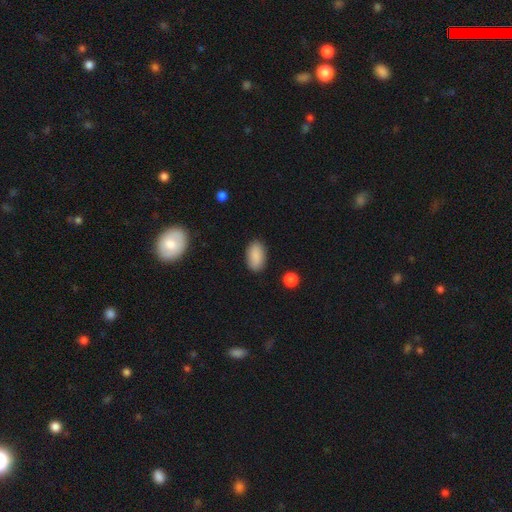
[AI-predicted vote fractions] Smooth or featured? smooth (89%)
How rounded? in between (94%)
Merging? none (87%)